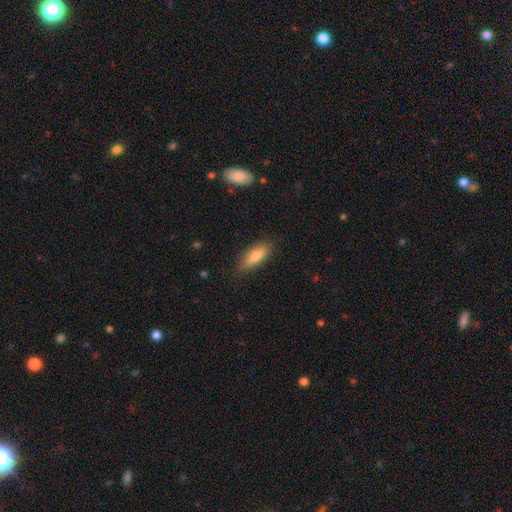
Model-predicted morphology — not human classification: This appears to be a smooth galaxy with no disk features (76%) that is in between round and cigar-shaped (61%). Merging: none (83%).